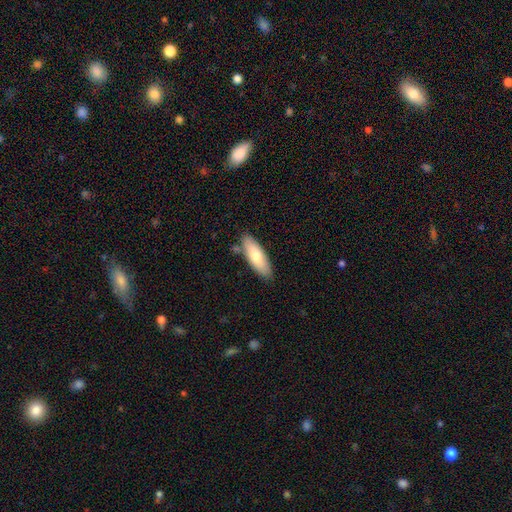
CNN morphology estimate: Smooth or featured? smooth (76%)
How rounded? in between (59%)
Merging? none (81%)